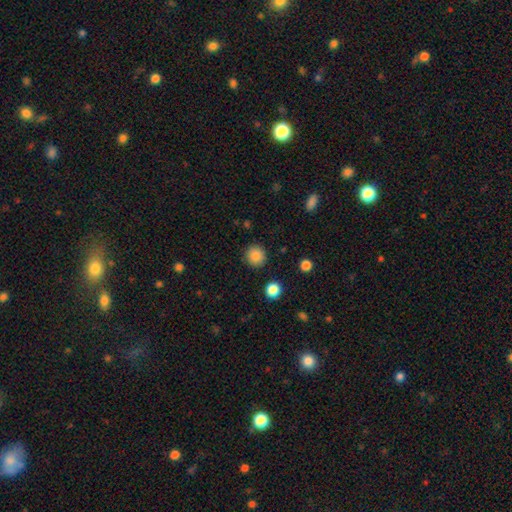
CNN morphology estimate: Overall: smooth (86%). How rounded: round (92%). Merging: none (90%).